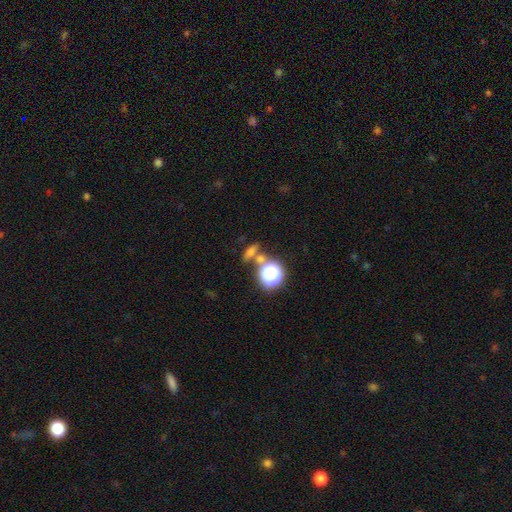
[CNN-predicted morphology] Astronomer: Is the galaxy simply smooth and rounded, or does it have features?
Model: smooth — 46% (runner-up: star or artifact, 35%).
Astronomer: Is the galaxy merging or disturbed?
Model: none — 62%.